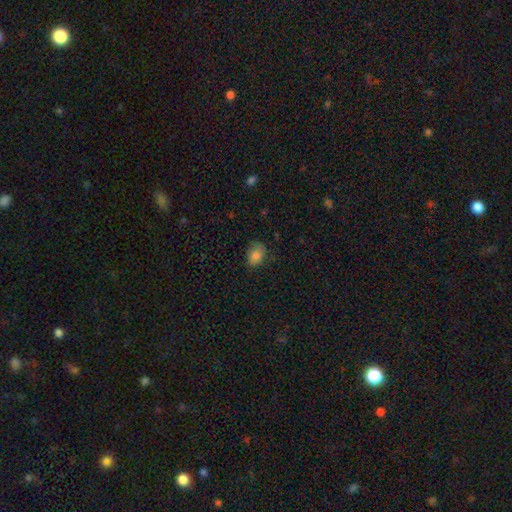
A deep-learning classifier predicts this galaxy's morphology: smooth 83%, star or artifact 10%, featured or disk 8%. Down the decision tree: how rounded — in between (69%); merging — none (63%).